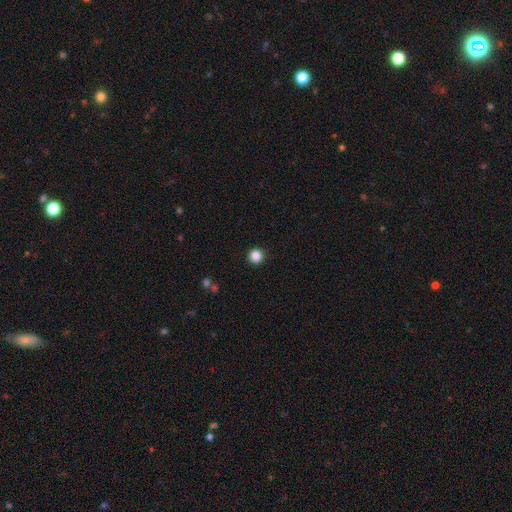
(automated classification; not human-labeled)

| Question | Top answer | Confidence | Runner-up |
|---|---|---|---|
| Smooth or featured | smooth | 86% | star or artifact (11%) |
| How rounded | round | 96% | in between (3%) |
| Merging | none | 93% | minor disturbance (4%) |